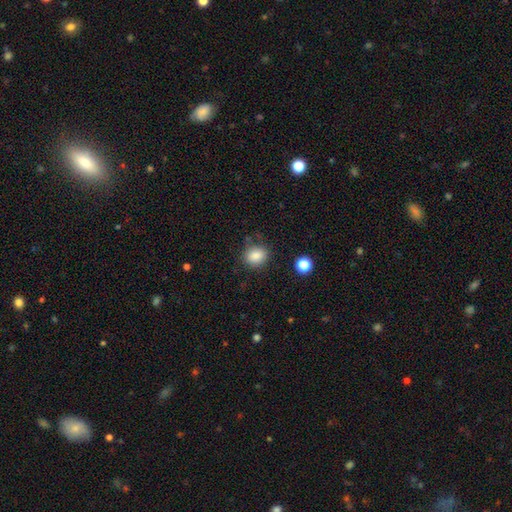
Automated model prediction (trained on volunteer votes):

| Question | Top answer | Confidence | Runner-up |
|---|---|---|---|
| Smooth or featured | smooth | 85% | star or artifact (10%) |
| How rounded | round | 59% | in between (40%) |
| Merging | none | 79% | minor disturbance (13%) |